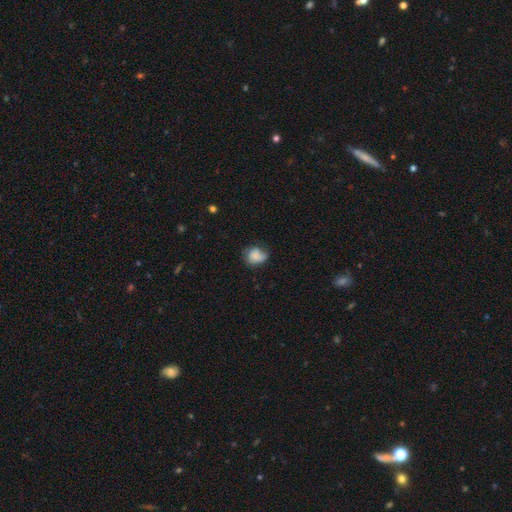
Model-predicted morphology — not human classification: smooth 72%, featured or disk 19%, star or artifact 9%. Down the decision tree: how rounded — round (53%); merging — none (44%).